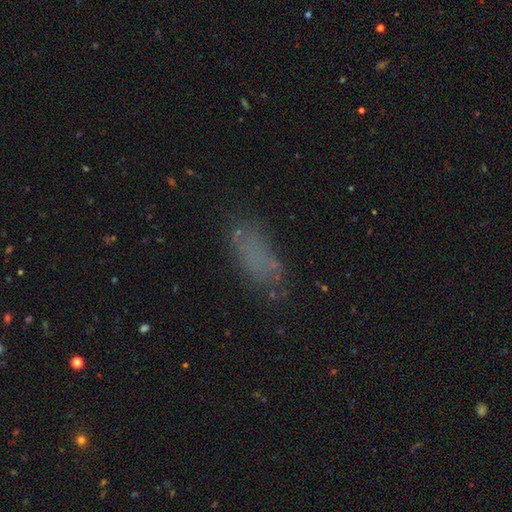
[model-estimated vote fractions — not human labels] smooth 67%, star or artifact 17%, featured or disk 16%. Down the decision tree: how rounded — in between (80%); merging — none (69%).